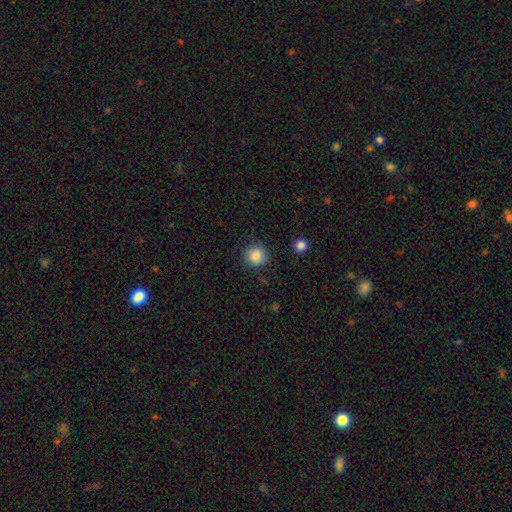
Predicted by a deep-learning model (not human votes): Smooth or featured: smooth — 86% (star or artifact — 9%)
How rounded: round — 92% (in between — 7%)
Merging: none — 86% (minor disturbance — 10%)